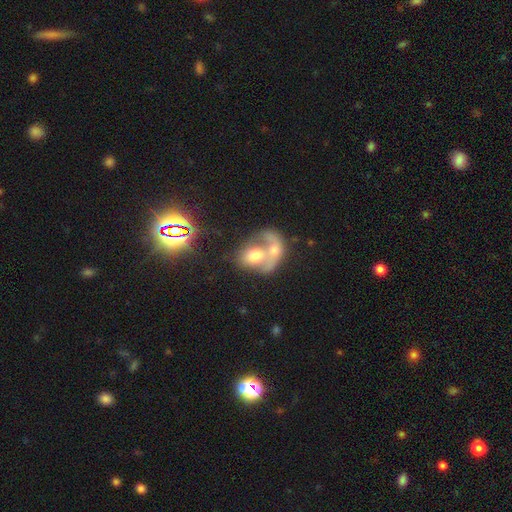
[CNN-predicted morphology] This is possibly a smooth galaxy (51%). How rounded: likely in between (63%). Merging: likely merger (76%).